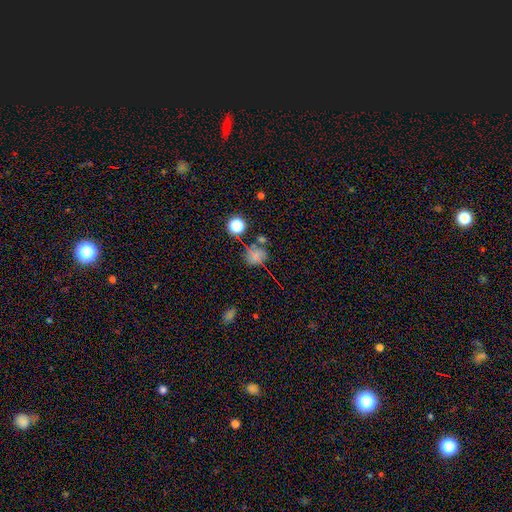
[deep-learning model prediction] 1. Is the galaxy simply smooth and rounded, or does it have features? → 61% smooth, 27% star or artifact, 12% featured or disk.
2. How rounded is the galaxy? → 68% round, 31% in between, 1% cigar-shaped.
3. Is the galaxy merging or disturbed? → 68% none, 16% minor disturbance, 10% merger, 7% major disturbance.